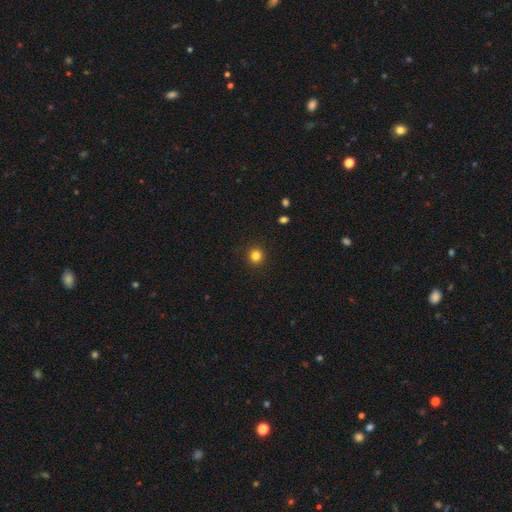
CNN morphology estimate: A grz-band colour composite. It shows a smooth galaxy with no disk features (83%) that is round (93%). Merging: none (92%).